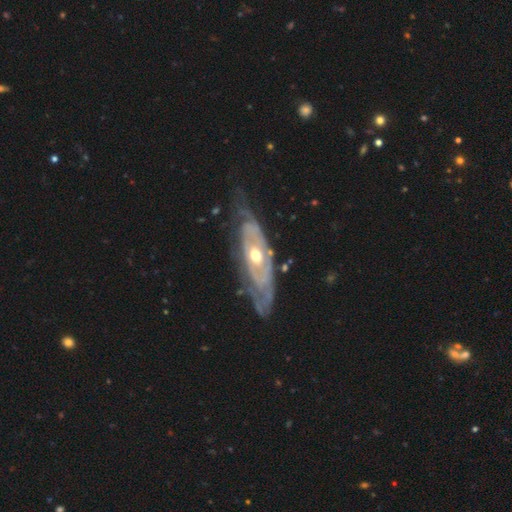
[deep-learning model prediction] Smooth or featured?
  - featured or disk: 85% *
  - smooth: 10%
  - star or artifact: 4%
Edge-on disk?
  - no: 84% *
  - yes: 16%
Bar?
  - no: 76% *
  - weak: 18%
  - strong: 6%
Spiral arms?
  - yes: 82% *
  - no: 18%
Spiral winding?
  - tight: 68% *
  - medium: 22%
  - loose: 10%
Spiral arm count?
  - can't tell: 48% *
  - 2: 28%
  - 3: 9%
  - 1: 6%
  - 4: 5%
  - more than 4: 5%
Bulge size?
  - moderate: 72% *
  - small: 20%
  - large: 5%
  - dominant: 1%
  - none: 1%
Merging?
  - none: 62% *
  - minor disturbance: 23%
  - major disturbance: 13%
  - merger: 3%